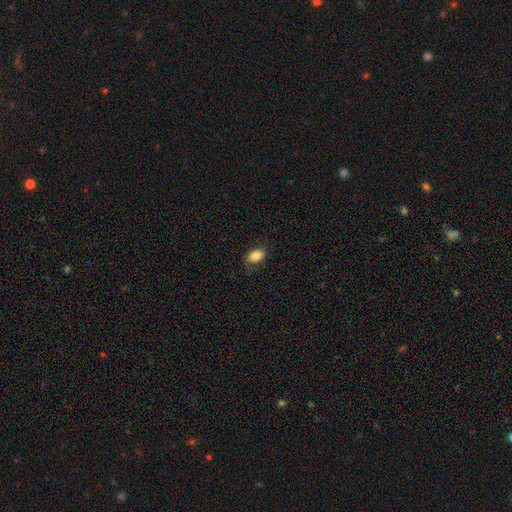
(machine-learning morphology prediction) Overall: smooth (85%). How rounded: in between (84%). Merging: none (73%).